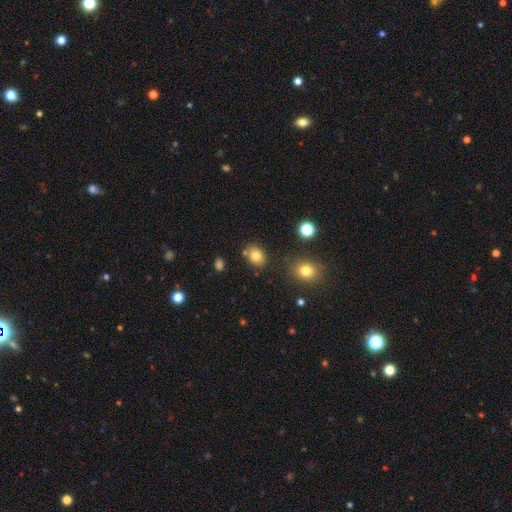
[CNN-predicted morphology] Smooth or featured? Predicted: smooth (p=0.80). How rounded? Predicted: in between (p=0.62). Merging? Predicted: none (p=0.79).